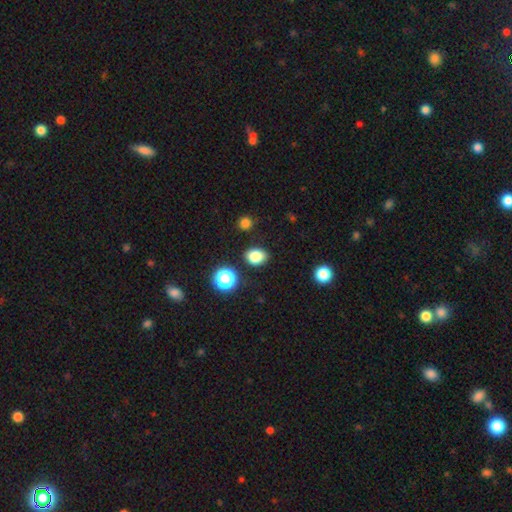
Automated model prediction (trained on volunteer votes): A smooth galaxy with no disk features (82%) that is in between round and cigar-shaped (64%). Merging: none (83%).